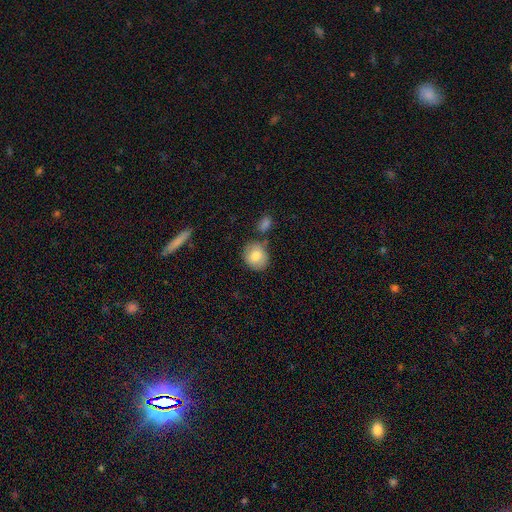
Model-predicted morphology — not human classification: Q: Smooth or featured?
A: smooth (80%); runner-up: featured or disk (13%)
Q: How rounded?
A: round (73%); runner-up: in between (26%)
Q: Merging?
A: none (71%); runner-up: minor disturbance (15%)